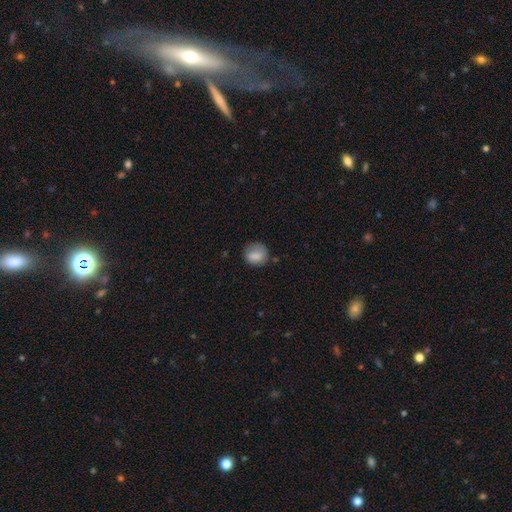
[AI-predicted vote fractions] Smooth or featured: smooth — 81% (featured or disk — 10%)
How rounded: round — 71% (in between — 28%)
Merging: none — 65% (minor disturbance — 24%)